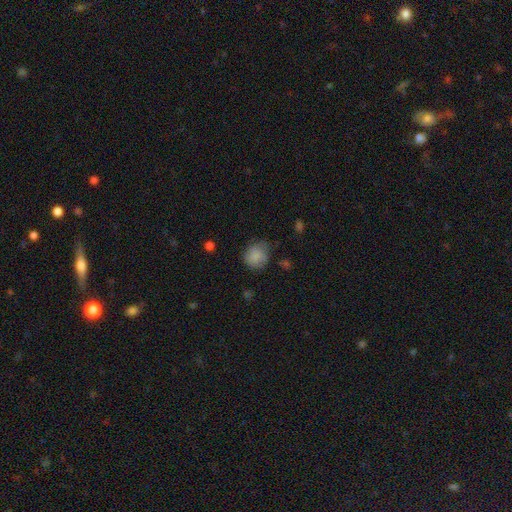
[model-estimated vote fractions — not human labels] smooth_or_featured: smooth (p=0.81) [alt: featured or disk p=0.11]
how_rounded: round (p=0.81) [alt: in between p=0.18]
merging: none (p=0.64) [alt: minor disturbance p=0.26]